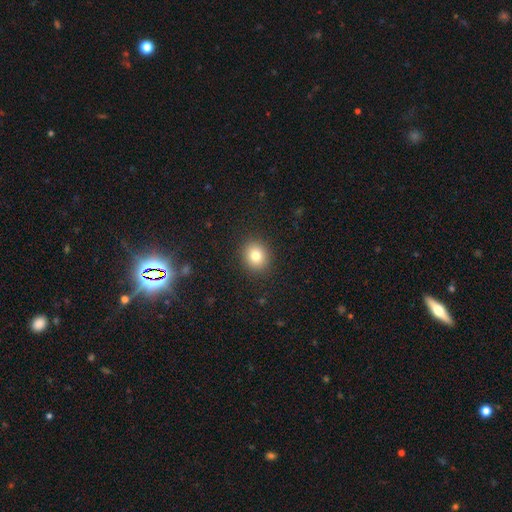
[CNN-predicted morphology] smooth-or-featured: smooth: 81% | star or artifact: 11% | featured or disk: 8%
  how-rounded: round: 78% | in between: 21% | cigar-shaped: 1%
  merging: none: 90% | minor disturbance: 6% | major disturbance: 2% | merger: 1%